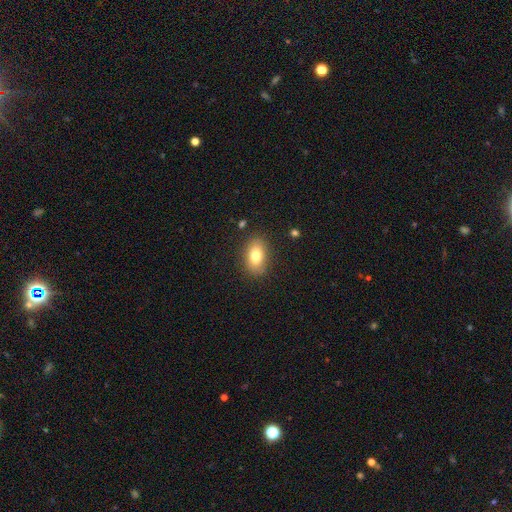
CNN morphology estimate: This is likely a smooth galaxy (79%). How rounded: clearly in between (86%). Merging: clearly none (85%).